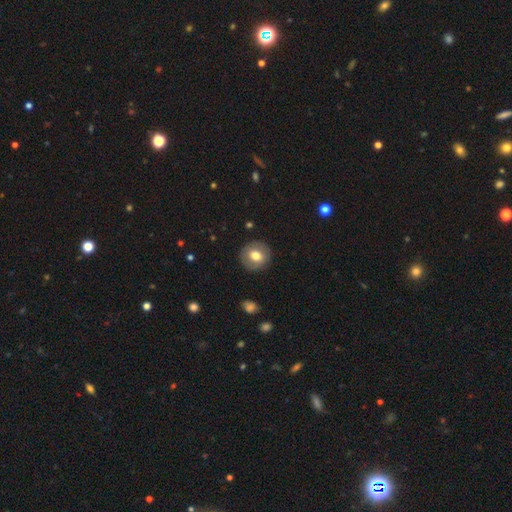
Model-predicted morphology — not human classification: Smooth or featured? smooth (69%)
How rounded? round (87%)
Merging? none (88%)